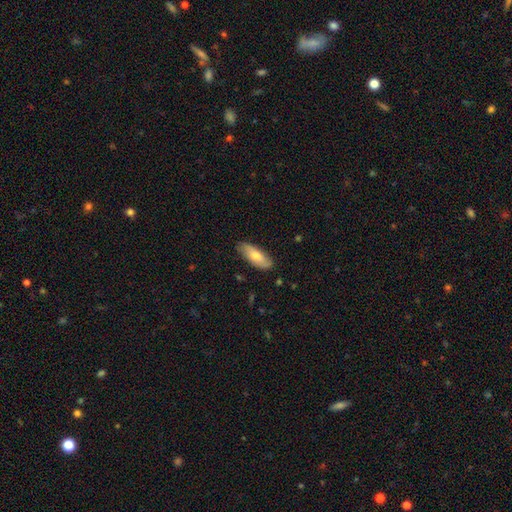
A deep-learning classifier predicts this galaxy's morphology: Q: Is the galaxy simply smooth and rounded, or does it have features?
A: smooth — 69%.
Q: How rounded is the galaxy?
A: in between — 73%.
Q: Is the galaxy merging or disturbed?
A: none — 83%.